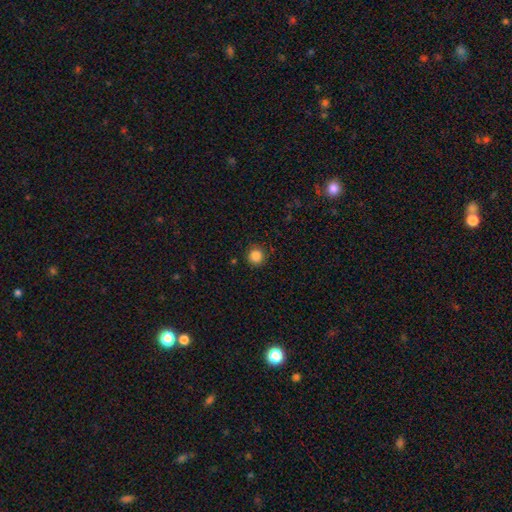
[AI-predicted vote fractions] This appears to be a smooth galaxy with no disk features (86%) that is round (95%). Merging: none (90%).